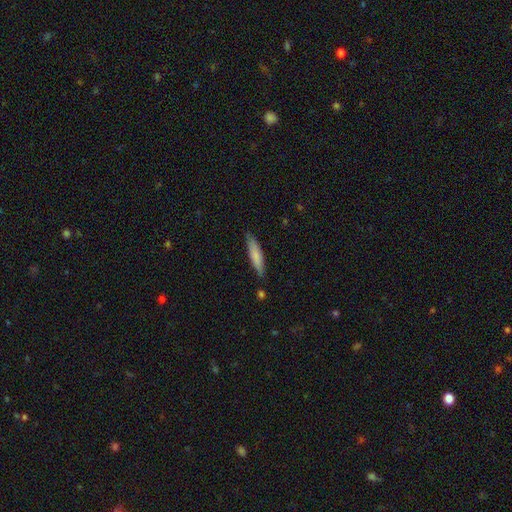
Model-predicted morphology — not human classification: A smooth galaxy with no disk features (77%) that is cigar-shaped (79%). Merging: none (81%).